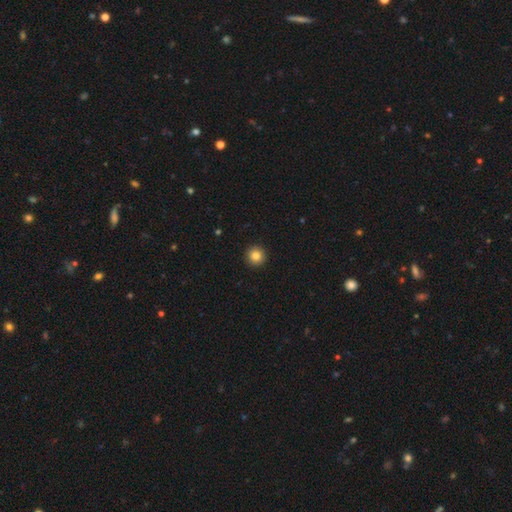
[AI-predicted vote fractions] smooth 85%, star or artifact 10%, featured or disk 5%. Down the decision tree: how rounded — round (96%); merging — none (94%).